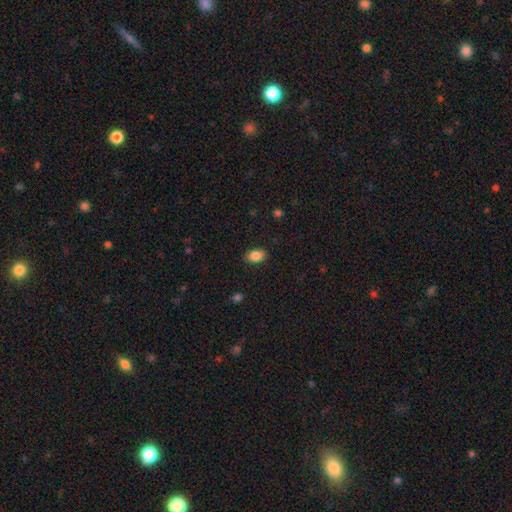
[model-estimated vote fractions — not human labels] Smooth or featured: smooth — 88% (star or artifact — 8%)
How rounded: in between — 87% (round — 12%)
Merging: none — 87% (minor disturbance — 9%)